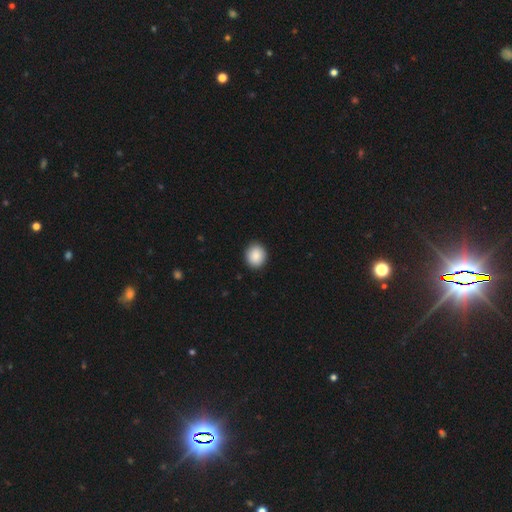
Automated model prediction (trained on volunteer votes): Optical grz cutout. It shows a smooth galaxy with no disk features (89%) that is round (77%). Merging: none (91%).